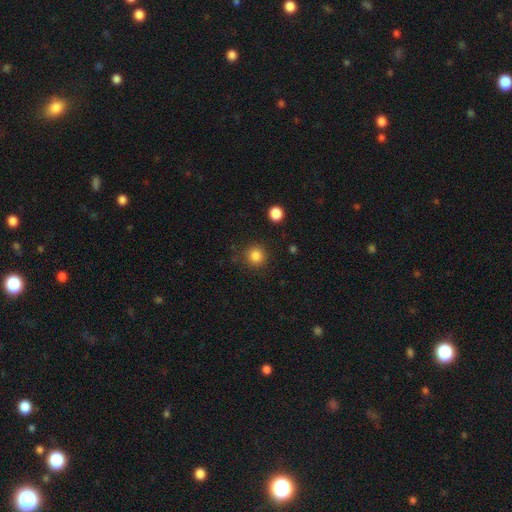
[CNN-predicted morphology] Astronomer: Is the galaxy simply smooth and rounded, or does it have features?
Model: smooth — 84%.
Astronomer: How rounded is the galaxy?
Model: round — 93%.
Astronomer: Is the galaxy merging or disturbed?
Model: none — 86%.